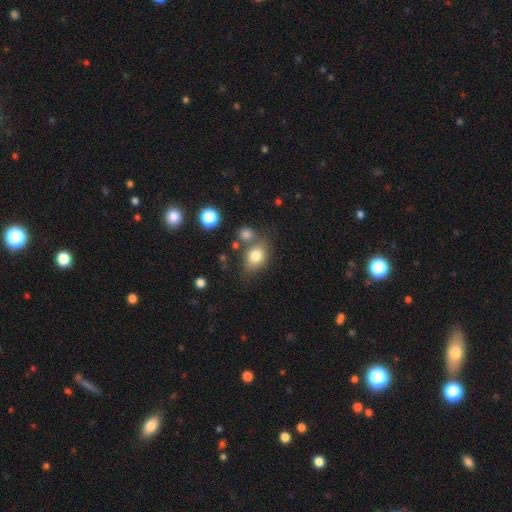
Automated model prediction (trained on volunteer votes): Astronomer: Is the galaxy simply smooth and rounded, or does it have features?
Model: smooth — 78%.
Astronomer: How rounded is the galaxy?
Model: in between — 59% (runner-up: round, 39%).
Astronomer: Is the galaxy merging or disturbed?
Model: none — 57%.